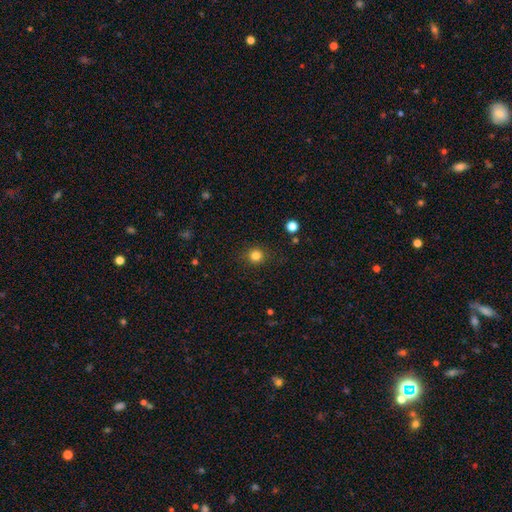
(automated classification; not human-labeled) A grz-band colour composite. It shows a smooth galaxy with no disk features (83%) that is round (90%). Merging: none (88%).